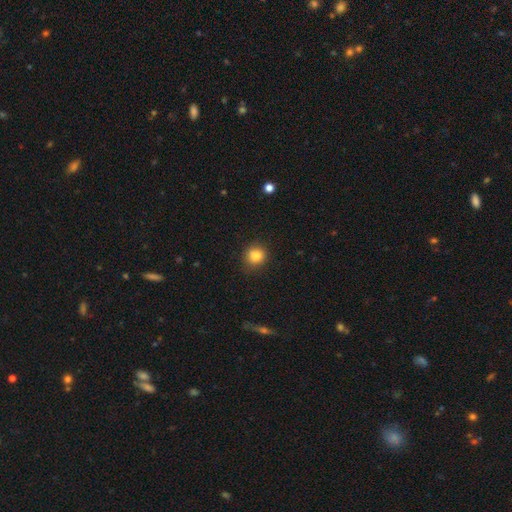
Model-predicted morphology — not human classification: Overall: smooth (84%). How rounded: round (84%). Merging: none (84%).